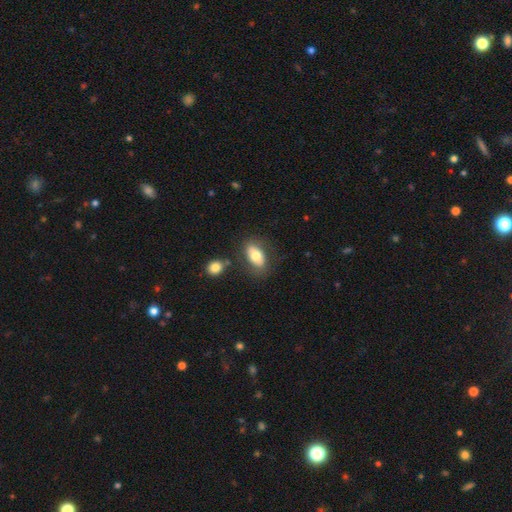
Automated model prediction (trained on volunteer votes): A smooth galaxy with no disk features (70%) that is in between round and cigar-shaped (90%). Merging: none (72%).